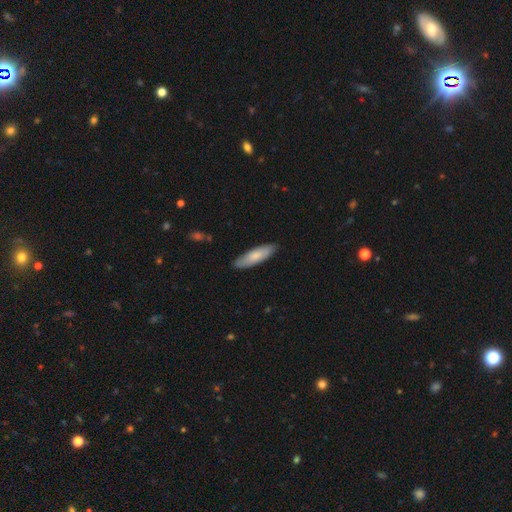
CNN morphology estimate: Smooth or featured? Predicted: smooth (p=0.77). How rounded? Predicted: cigar-shaped (p=0.59). Merging? Predicted: none (p=0.87).